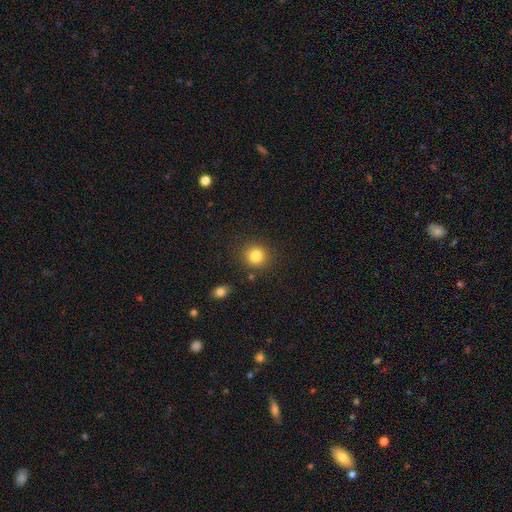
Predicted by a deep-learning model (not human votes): Overall: smooth (84%). How rounded: round (88%). Merging: none (85%).